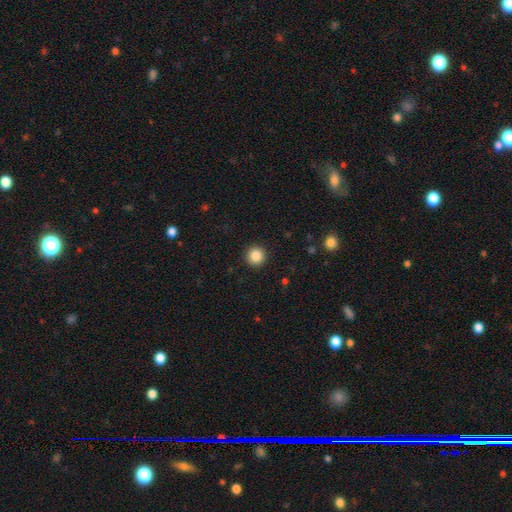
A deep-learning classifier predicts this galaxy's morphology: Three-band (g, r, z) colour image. It shows a smooth galaxy with no disk features (86%) that is round (95%). Merging: none (93%).